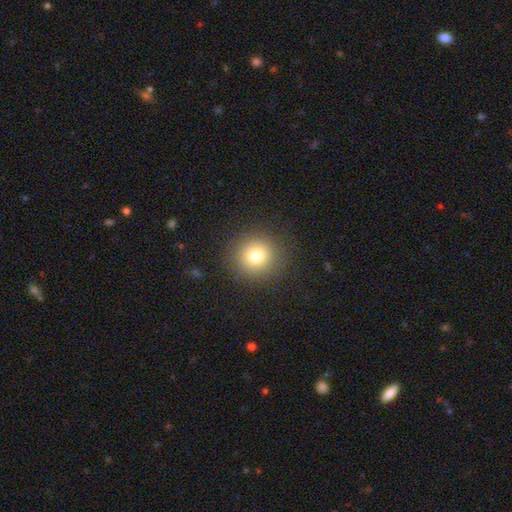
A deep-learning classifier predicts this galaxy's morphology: Smooth or featured? Predicted: smooth (p=0.77). How rounded? Predicted: round (p=0.93). Merging? Predicted: none (p=0.90).